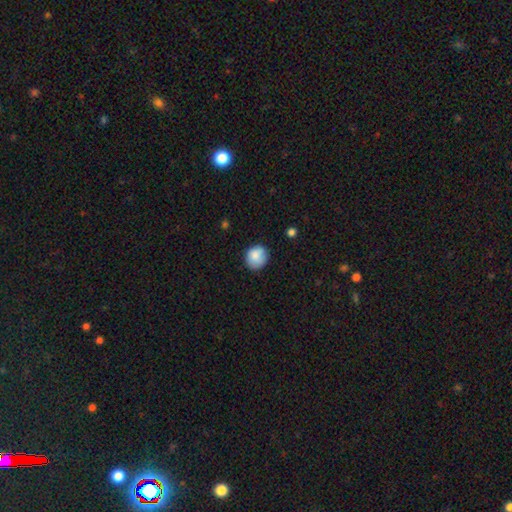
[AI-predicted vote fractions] smooth_or_featured: smooth (p=0.85) [alt: star or artifact p=0.08]
how_rounded: round (p=0.81) [alt: in between p=0.18]
merging: none (p=0.76) [alt: minor disturbance p=0.19]